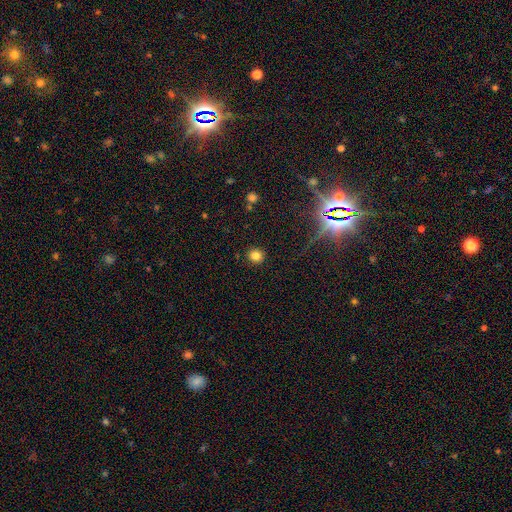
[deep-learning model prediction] Smooth or featured?
  - smooth: 81% *
  - star or artifact: 14%
  - featured or disk: 5%
How rounded?
  - round: 88% *
  - in between: 11%
  - cigar-shaped: 1%
Merging?
  - none: 90% *
  - minor disturbance: 6%
  - major disturbance: 2%
  - merger: 1%